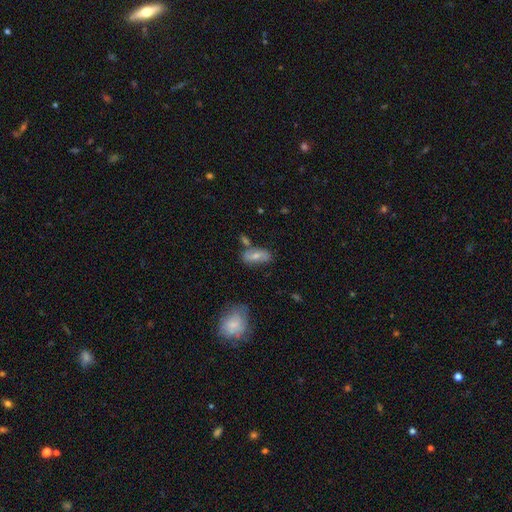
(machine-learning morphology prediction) type=smooth (60%); roundness=in between (82%); merging=none (63%).